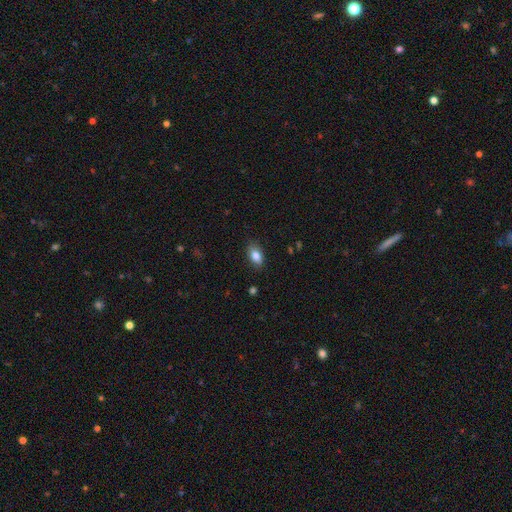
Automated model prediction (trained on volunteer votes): smooth 84%, featured or disk 8%, star or artifact 8%. Down the decision tree: how rounded — in between (88%); merging — none (84%).